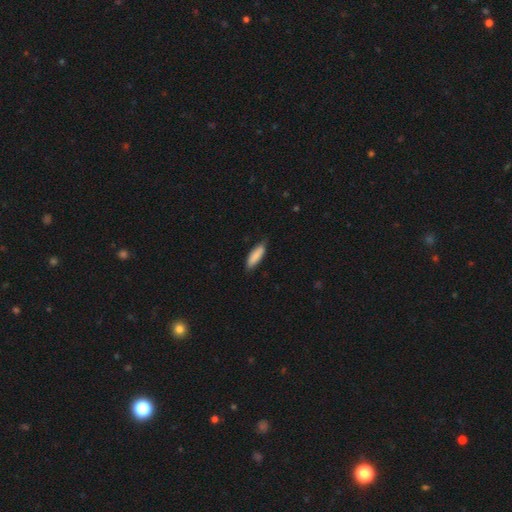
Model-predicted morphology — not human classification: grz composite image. It shows a smooth galaxy with no disk features (86%) that is in between round and cigar-shaped (51%). Merging: none (78%).